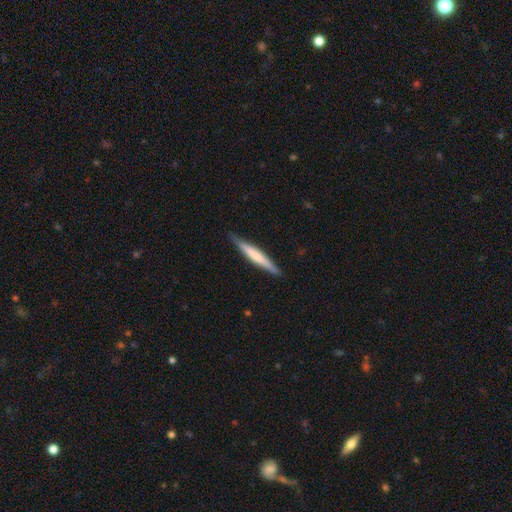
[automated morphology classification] This is possibly a smooth galaxy (52%). How rounded: clearly cigar-shaped (95%). Merging: clearly none (87%).